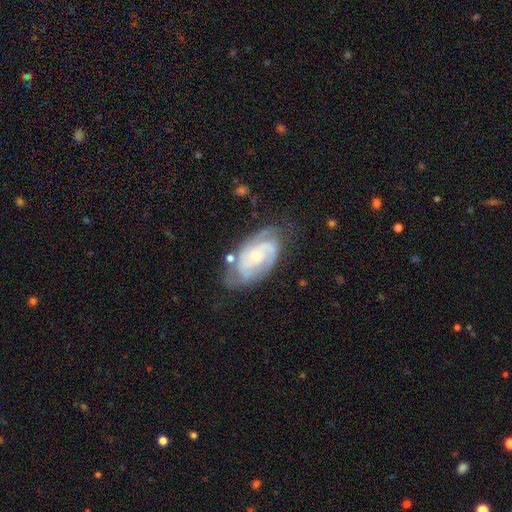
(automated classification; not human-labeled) smooth_or_featured: featured or disk (p=0.84) [alt: smooth p=0.10]
disk_edge_on: no (p=0.96) [alt: yes p=0.04]
bar: no (p=0.67) [alt: weak p=0.26]
has_spiral_arms: yes (p=0.95) [alt: no p=0.05]
spiral_winding: tight (p=0.60) [alt: medium p=0.32]
spiral_arm_count: 2 (p=0.44) [alt: can't tell p=0.24]
bulge_size: small (p=0.66) [alt: moderate p=0.30]
merging: none (p=0.63) [alt: minor disturbance p=0.23]